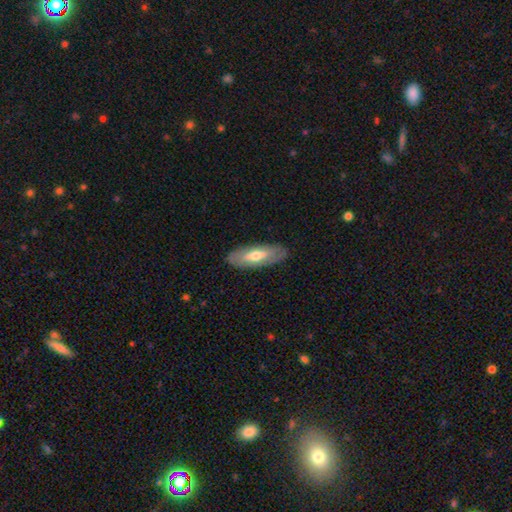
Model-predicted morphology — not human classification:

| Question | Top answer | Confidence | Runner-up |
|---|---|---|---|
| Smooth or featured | smooth | 52% | featured or disk (43%) |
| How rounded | in between | 63% | cigar-shaped (35%) |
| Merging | none | 85% | minor disturbance (11%) |